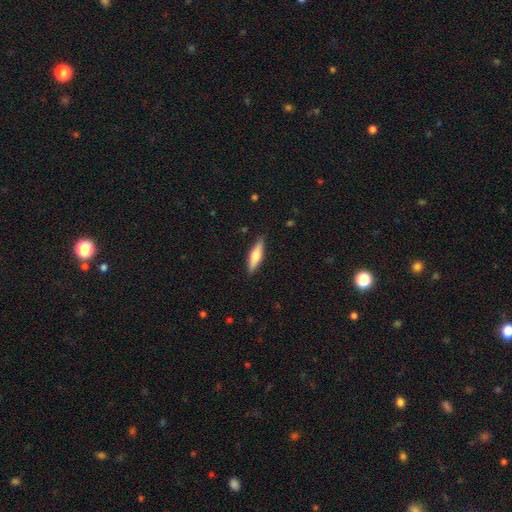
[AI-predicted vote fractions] Overall: smooth (51%; featured or disk 44%). How rounded: cigar-shaped (65%; in between 33%). Merging: none (88%).